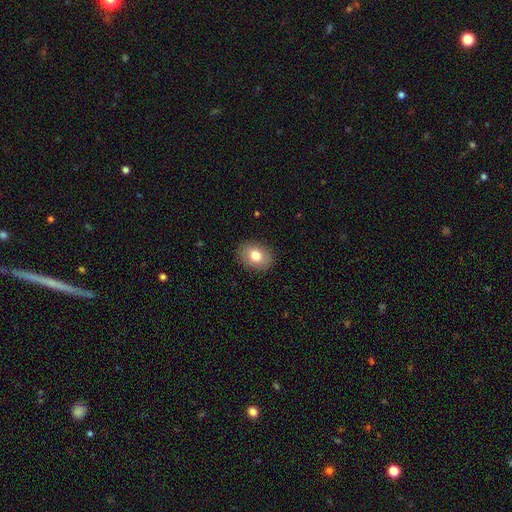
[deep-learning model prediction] This appears to be a smooth galaxy with no disk features (79%) that is in between round and cigar-shaped (67%). Merging: none (88%).